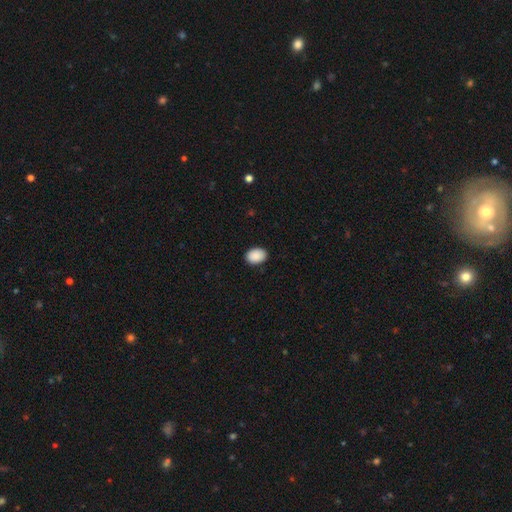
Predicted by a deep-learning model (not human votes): Overall: smooth (90%). How rounded: in between (80%). Merging: none (89%).